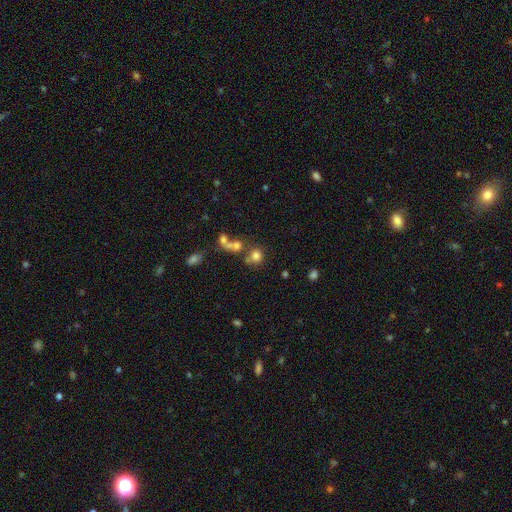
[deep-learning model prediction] A smooth galaxy with no disk features (73%) that is round (83%). Merging: none (53%).